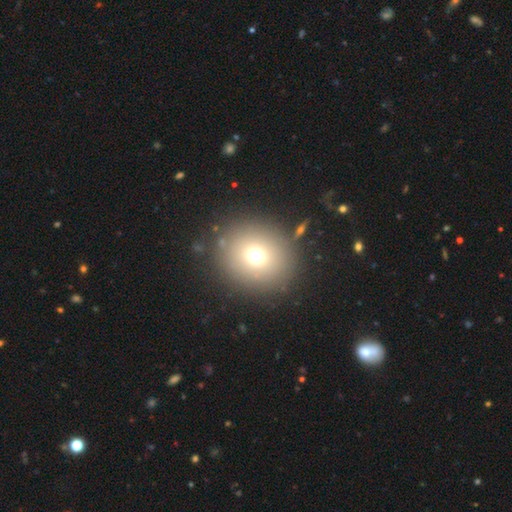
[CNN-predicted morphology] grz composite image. It shows a smooth galaxy with no disk features (70%) that is round (86%). Merging: none (84%).